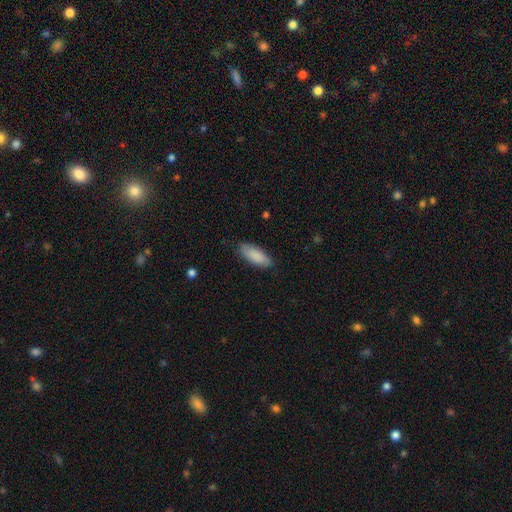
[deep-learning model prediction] A smooth galaxy with no disk features (87%) that is in between round and cigar-shaped (79%).

Vote fractions:
- Smooth or featured? smooth: 87% / featured or disk: 8% / star or artifact: 5%
- How rounded? in between: 79% / cigar-shaped: 20% / round: 2%
- Merging? none: 81% / minor disturbance: 15% / major disturbance: 3% / merger: 1%